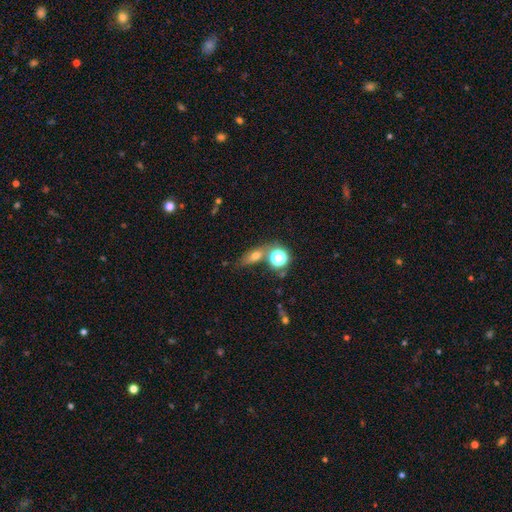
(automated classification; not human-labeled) Q: Smooth or featured?
A: smooth (61%); runner-up: star or artifact (21%)
Q: How rounded?
A: in between (55%); runner-up: round (25%)
Q: Merging?
A: none (60%); runner-up: merger (18%)